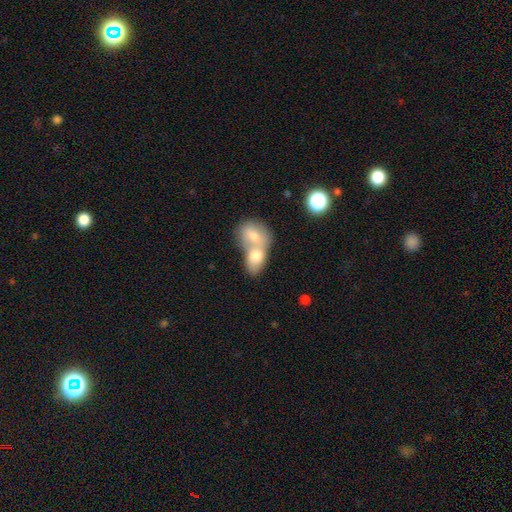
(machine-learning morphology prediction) This is likely a smooth galaxy (72%). How rounded: likely in between (71%). Merging: likely merger (78%).